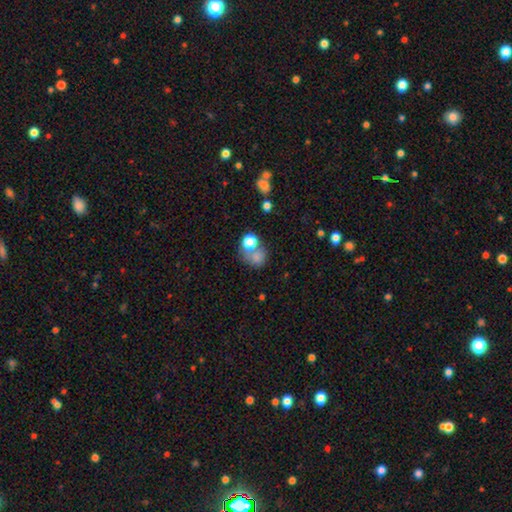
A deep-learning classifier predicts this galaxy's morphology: Smooth or featured: smooth — 72% (star or artifact — 15%)
How rounded: round — 70% (in between — 29%)
Merging: merger — 40% (none — 38%)